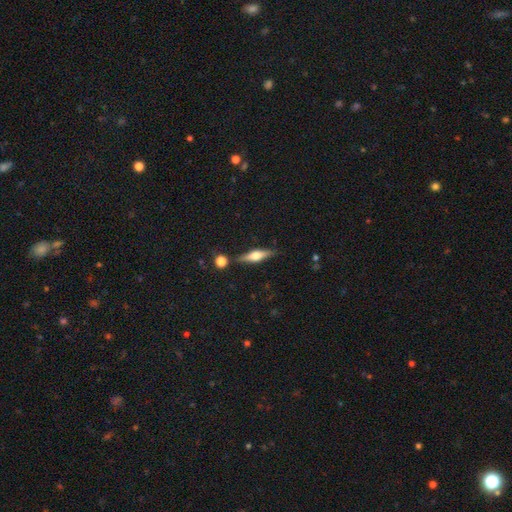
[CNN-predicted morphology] featured or disk 56%, smooth 38%, star or artifact 7%. Down the decision tree: edge-on disk — yes (94%); edge-on bulge — rounded (90%); merging — none (82%).